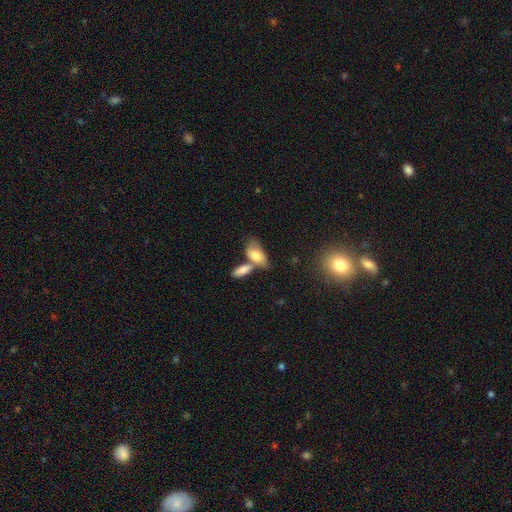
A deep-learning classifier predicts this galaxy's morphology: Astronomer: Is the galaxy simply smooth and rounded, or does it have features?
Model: smooth — 76%.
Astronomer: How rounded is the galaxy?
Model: in between — 89%.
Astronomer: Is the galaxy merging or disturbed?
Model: merger — 45% (runner-up: none, 34%).